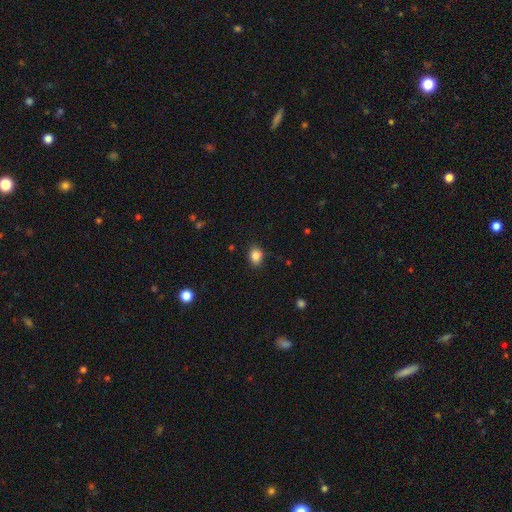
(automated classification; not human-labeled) smooth_or_featured: smooth (p=0.86) [alt: star or artifact p=0.10]
how_rounded: in between (p=0.56) [alt: round p=0.43]
merging: none (p=0.83) [alt: minor disturbance p=0.13]